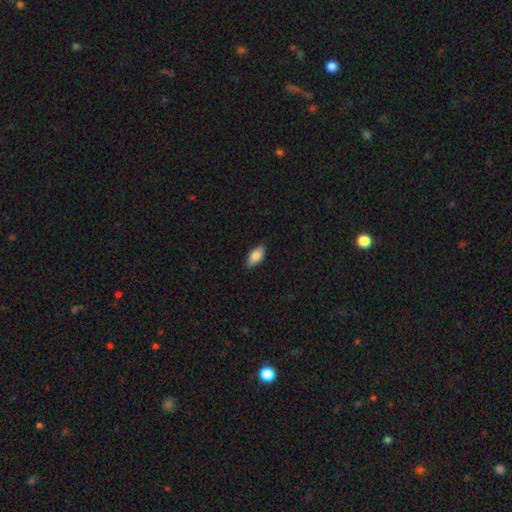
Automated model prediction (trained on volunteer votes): Morphology: type=smooth (85%); roundness=in between (89%); merging=none (87%).